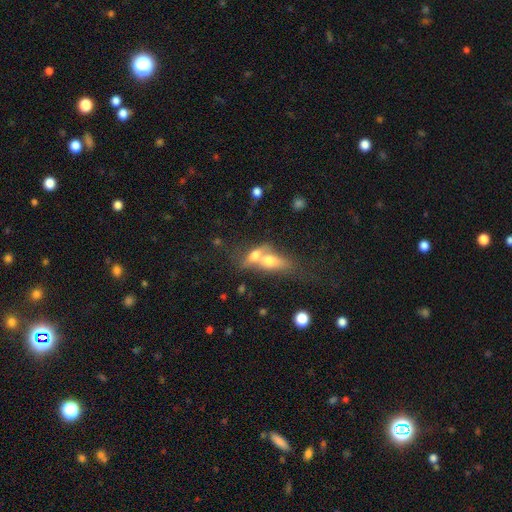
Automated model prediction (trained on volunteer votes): smooth 49%, featured or disk 32%, star or artifact 19%. Down the decision tree: merging — merger (53%).